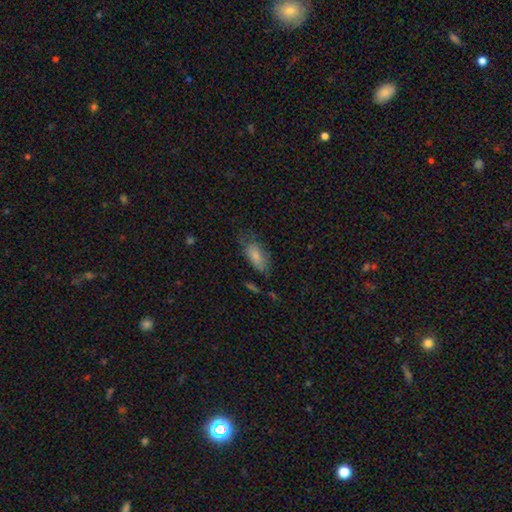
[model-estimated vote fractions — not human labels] Smooth or featured: smooth — 77% (featured or disk — 15%)
How rounded: in between — 87% (cigar-shaped — 11%)
Merging: none — 55% (minor disturbance — 29%)